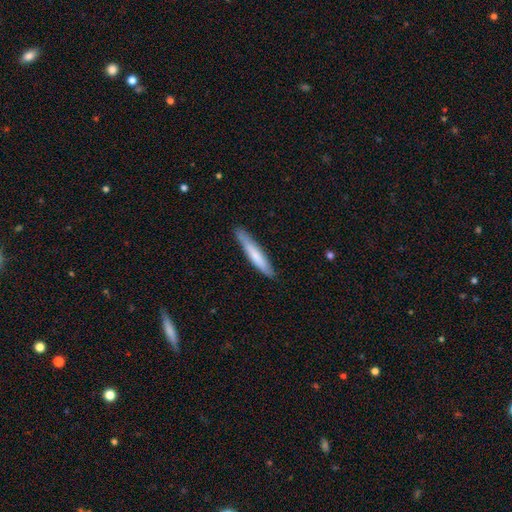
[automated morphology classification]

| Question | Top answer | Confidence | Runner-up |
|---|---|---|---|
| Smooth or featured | smooth | 69% | featured or disk (25%) |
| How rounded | cigar-shaped | 93% | in between (6%) |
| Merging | none | 85% | minor disturbance (12%) |